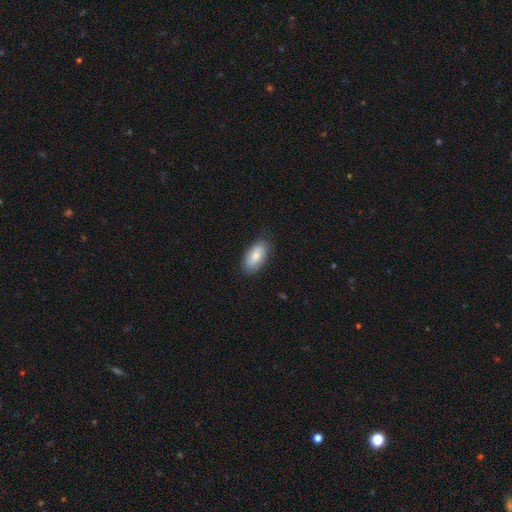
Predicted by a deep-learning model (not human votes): Smooth or featured? Predicted: smooth (p=0.78). How rounded? Predicted: in between (p=0.92). Merging? Predicted: none (p=0.82).